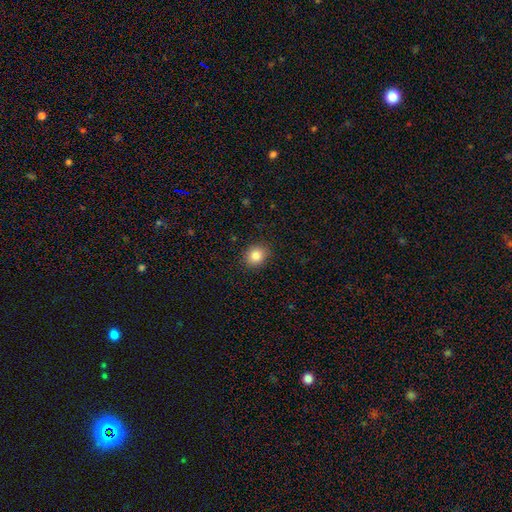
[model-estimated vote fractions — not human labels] Overall: smooth (84%). How rounded: round (75%). Merging: none (89%).